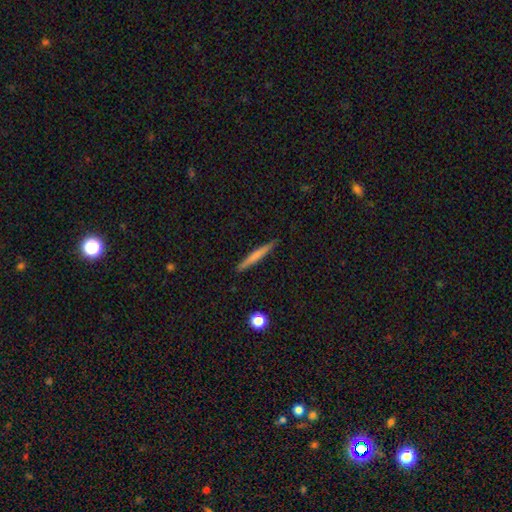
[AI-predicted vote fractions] smooth_or_featured: smooth (p=0.61) [alt: featured or disk p=0.33]
how_rounded: cigar-shaped (p=0.96) [alt: in between p=0.03]
merging: none (p=0.90) [alt: minor disturbance p=0.07]